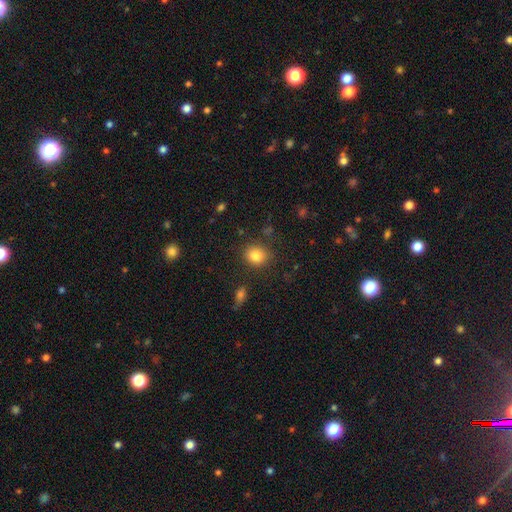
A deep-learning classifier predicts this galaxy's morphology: This appears to be a smooth galaxy with no disk features (83%) that is round (70%). Merging: none (84%).